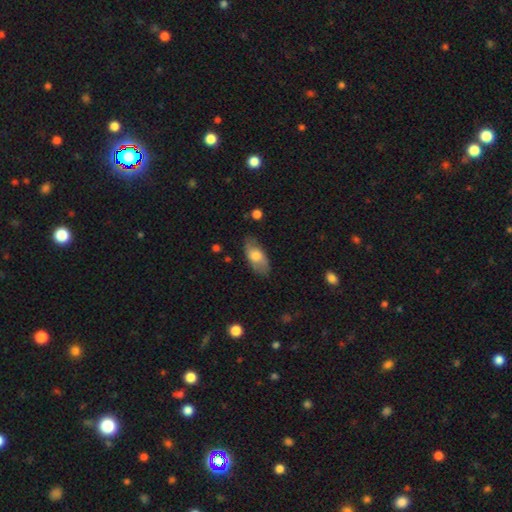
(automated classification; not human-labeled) This is likely a smooth galaxy (67%). How rounded: clearly in between (90%). Merging: likely none (75%).